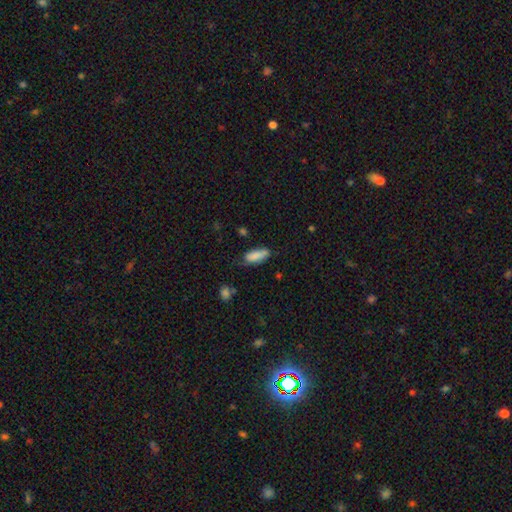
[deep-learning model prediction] Smooth or featured?
  - smooth: 85% *
  - featured or disk: 8%
  - star or artifact: 7%
How rounded?
  - in between: 71% *
  - cigar-shaped: 27%
  - round: 2%
Merging?
  - none: 60% *
  - minor disturbance: 30%
  - major disturbance: 8%
  - merger: 3%